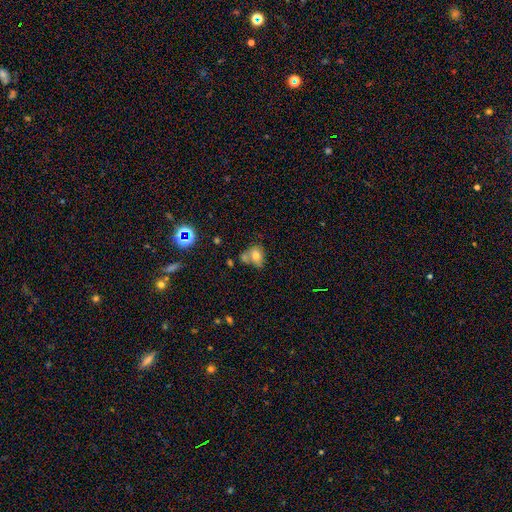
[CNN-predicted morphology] type=smooth (67%); roundness=in between (59%); merging=none (37%).